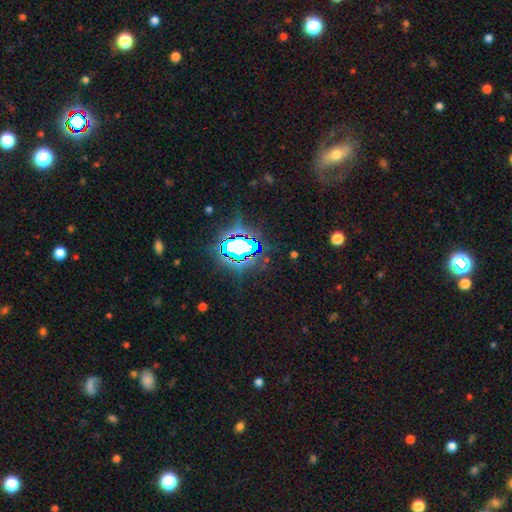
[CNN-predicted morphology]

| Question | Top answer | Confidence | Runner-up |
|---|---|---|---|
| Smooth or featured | star or artifact | 78% | smooth (12%) |